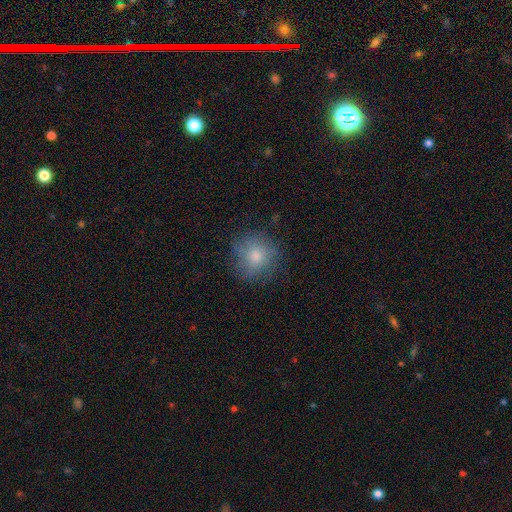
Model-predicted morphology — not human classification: The model was most divided on "smooth or featured": smooth: 75%, featured or disk: 13%, star or artifact: 12%. More confident: how rounded — round (91%); merging — none (81%).